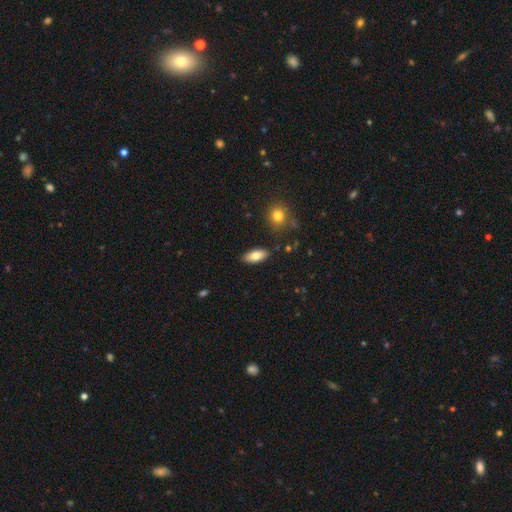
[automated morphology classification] smooth 79%, featured or disk 14%, star or artifact 7%. Down the decision tree: how rounded — in between (86%); merging — none (86%).